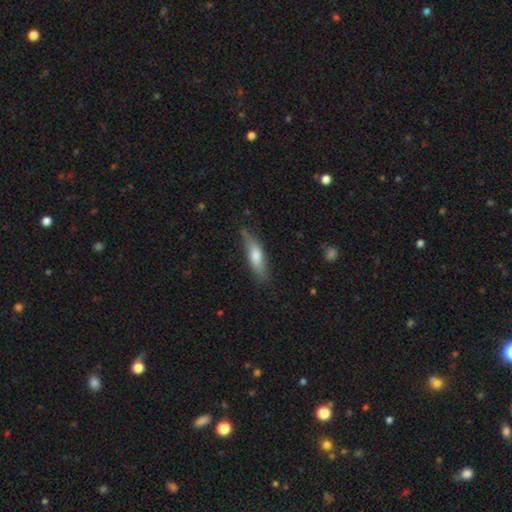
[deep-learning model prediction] smooth 64%, featured or disk 30%, star or artifact 6%. Down the decision tree: how rounded — cigar-shaped (64%); merging — none (73%).